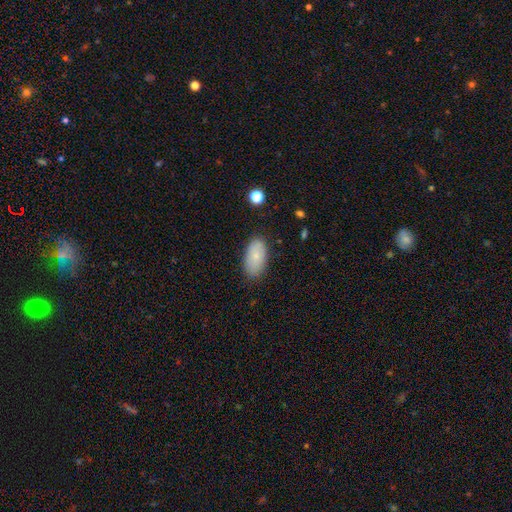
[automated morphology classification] type=smooth (81%); roundness=in between (94%); merging=none (83%).